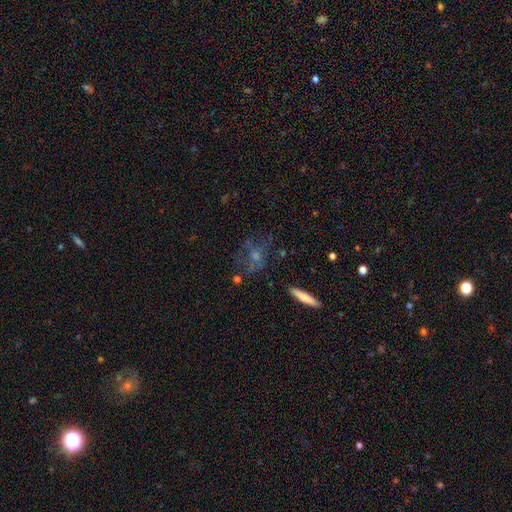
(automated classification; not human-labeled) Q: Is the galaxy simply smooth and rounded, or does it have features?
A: featured or disk — 48%.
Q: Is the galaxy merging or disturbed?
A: none — 56%.